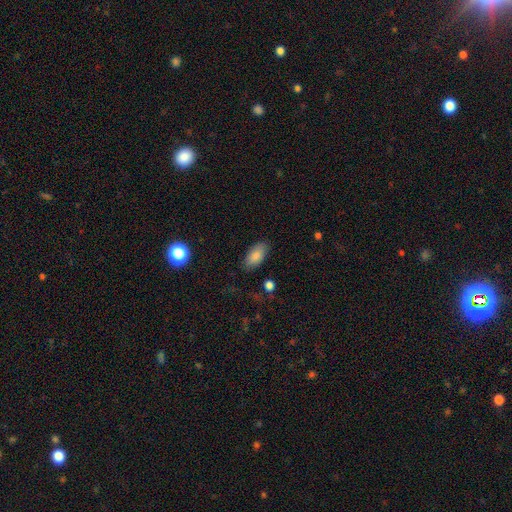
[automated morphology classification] Q: Smooth or featured?
A: smooth (85%); runner-up: star or artifact (8%)
Q: How rounded?
A: in between (92%); runner-up: cigar-shaped (5%)
Q: Merging?
A: none (84%); runner-up: minor disturbance (11%)